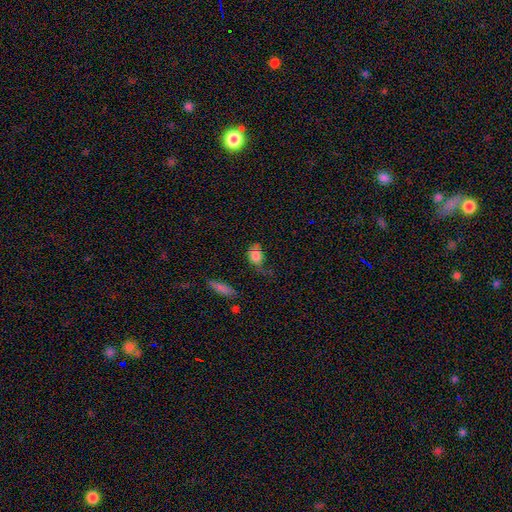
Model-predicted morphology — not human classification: A smooth galaxy with no disk features (78%) that is in between round and cigar-shaped (55%).

Vote fractions:
- Smooth or featured? smooth: 78% / featured or disk: 12% / star or artifact: 10%
- How rounded? in between: 55% / round: 42% / cigar-shaped: 4%
- Merging? none: 35% / minor disturbance: 32% / major disturbance: 26% / merger: 7%